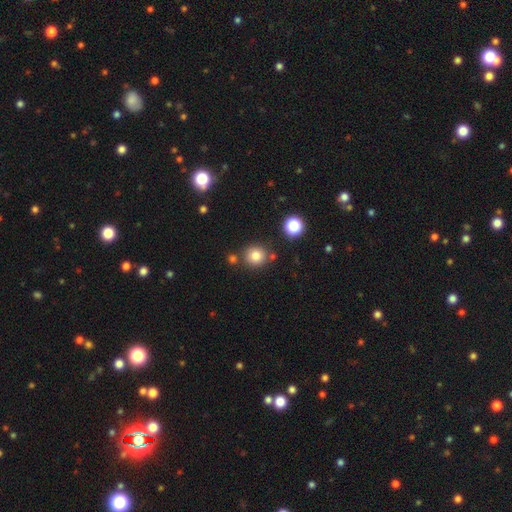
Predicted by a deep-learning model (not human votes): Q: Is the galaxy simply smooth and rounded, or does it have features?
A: smooth — 80%.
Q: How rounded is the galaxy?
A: round — 89%.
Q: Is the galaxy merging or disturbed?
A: none — 79%.